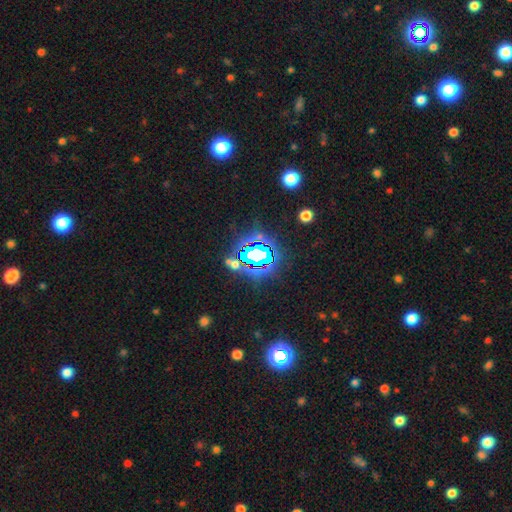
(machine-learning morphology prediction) Smooth or featured: star or artifact — 74% (smooth — 15%)